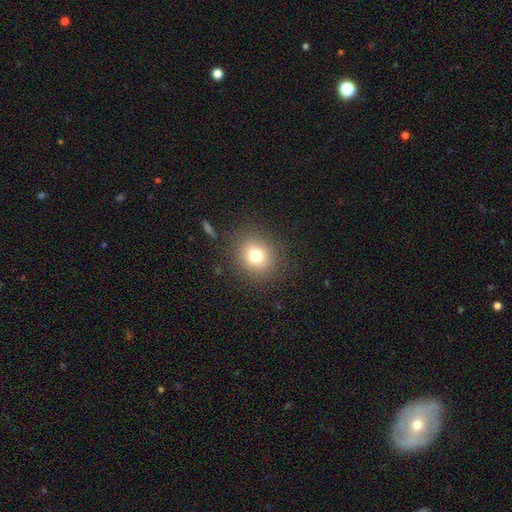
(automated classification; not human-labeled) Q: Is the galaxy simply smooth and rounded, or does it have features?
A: smooth — 76%.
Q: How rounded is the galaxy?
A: round — 82%.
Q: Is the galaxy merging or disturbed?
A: none — 86%.